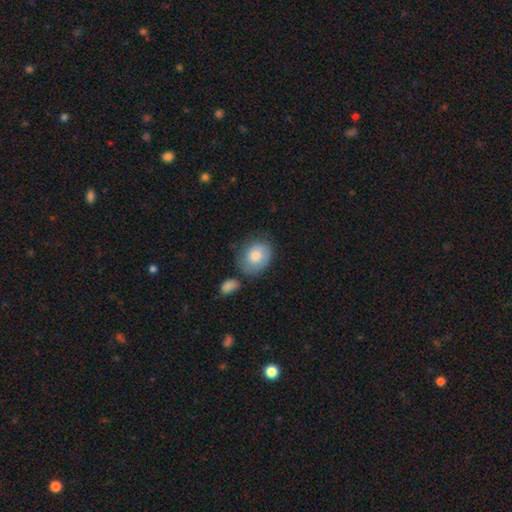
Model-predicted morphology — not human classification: Q: Smooth or featured?
A: smooth (78%); runner-up: featured or disk (15%)
Q: How rounded?
A: round (54%); runner-up: in between (45%)
Q: Merging?
A: none (60%); runner-up: minor disturbance (23%)